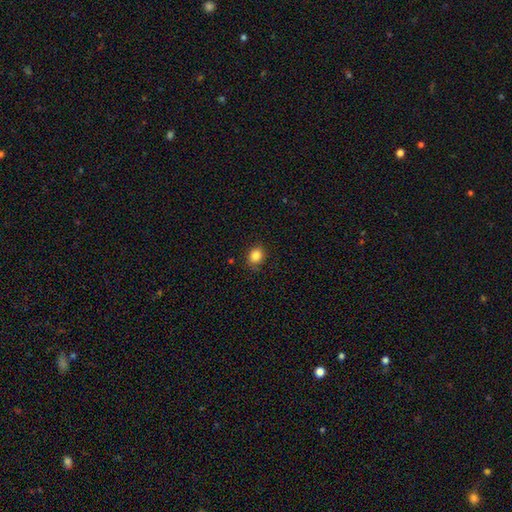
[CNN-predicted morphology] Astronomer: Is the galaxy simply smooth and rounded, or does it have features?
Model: smooth — 85%.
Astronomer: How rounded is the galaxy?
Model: round — 60% (runner-up: in between, 39%).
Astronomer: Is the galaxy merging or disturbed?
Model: none — 86%.